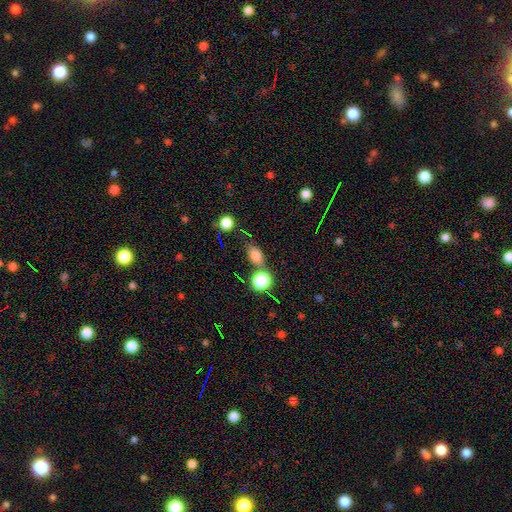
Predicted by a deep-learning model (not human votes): Overall: smooth (75%). How rounded: in between (69%). Merging: none (68%).